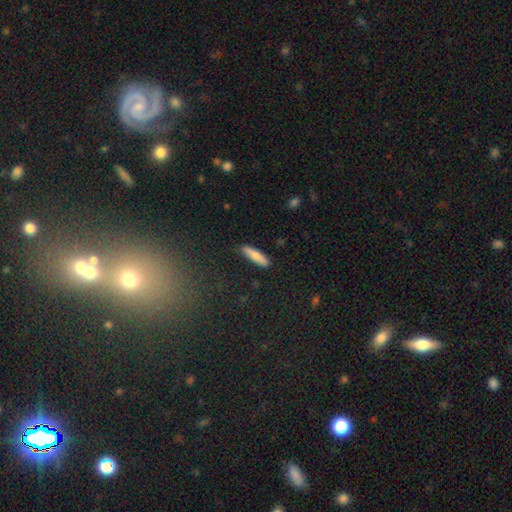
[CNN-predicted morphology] type=smooth (79%); roundness=cigar-shaped (77%); merging=none (86%).